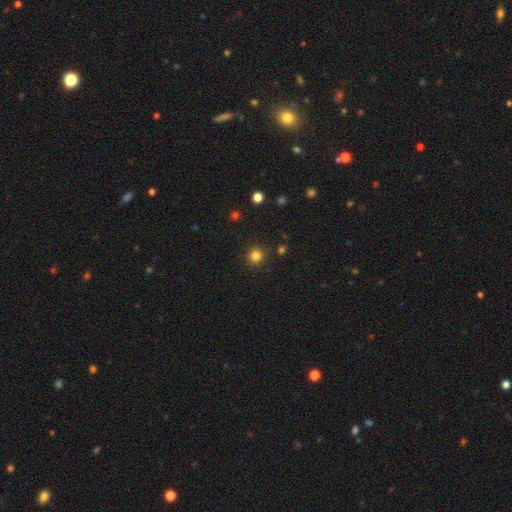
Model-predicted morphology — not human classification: smooth-or-featured: smooth: 83% | star or artifact: 13% | featured or disk: 5%
  how-rounded: round: 93% | in between: 6% | cigar-shaped: 1%
  merging: none: 91% | minor disturbance: 6% | major disturbance: 2% | merger: 2%